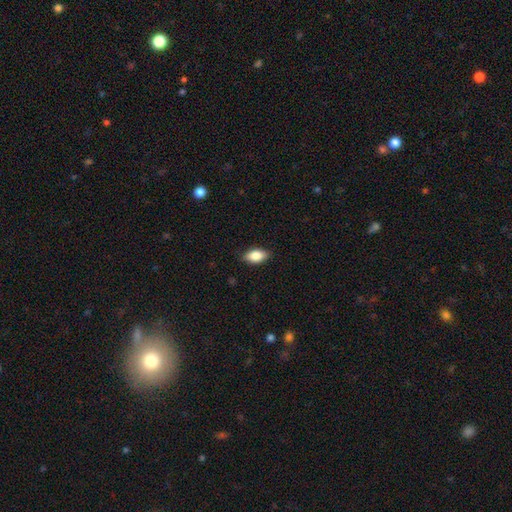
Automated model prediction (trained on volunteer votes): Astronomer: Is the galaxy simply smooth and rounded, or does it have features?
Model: smooth — 85%.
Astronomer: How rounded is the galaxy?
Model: in between — 91%.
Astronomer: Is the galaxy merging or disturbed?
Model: none — 87%.